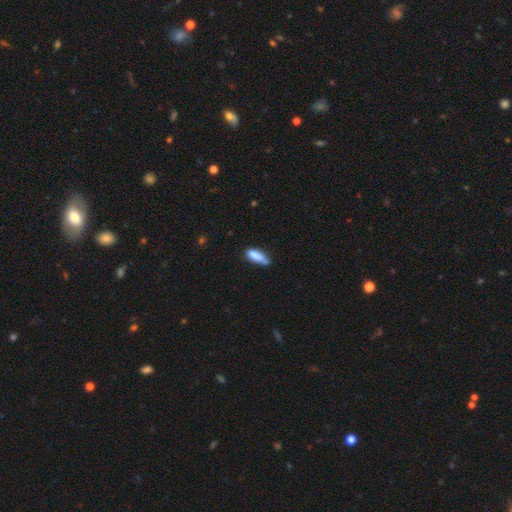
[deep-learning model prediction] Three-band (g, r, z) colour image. It shows a smooth galaxy with no disk features (84%) that is in between round and cigar-shaped (62%). Merging: none (49%).